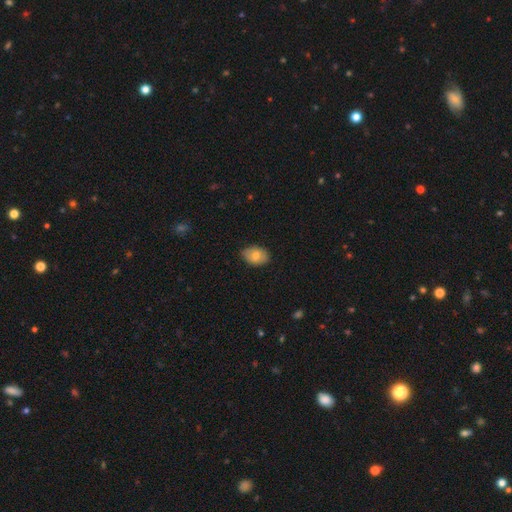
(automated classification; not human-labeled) Smooth or featured? Predicted: smooth (p=0.77). How rounded? Predicted: in between (p=0.80). Merging? Predicted: none (p=0.84).